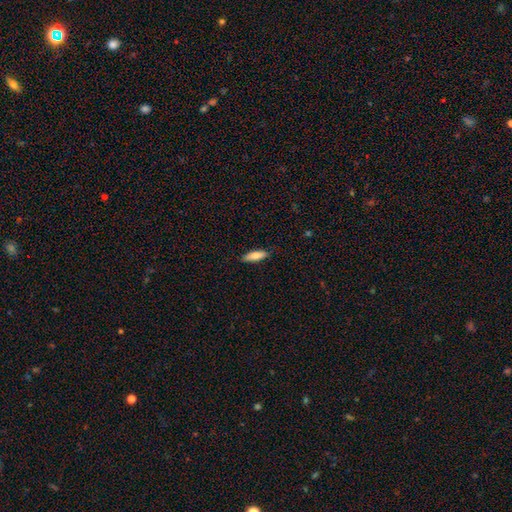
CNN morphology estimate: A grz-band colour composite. It shows a smooth galaxy with no disk features (78%) that is cigar-shaped (49%, tied with in between). Merging: none (87%).